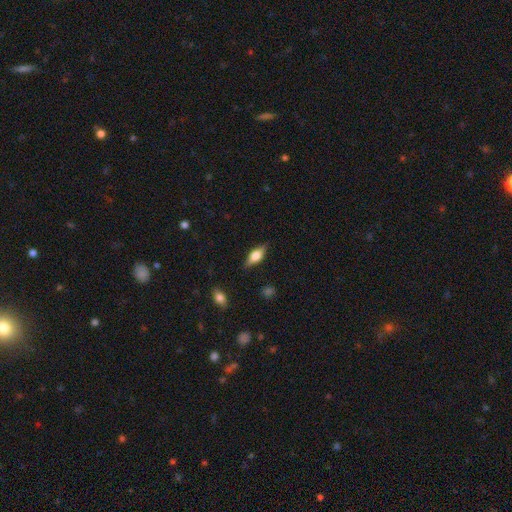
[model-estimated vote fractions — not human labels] Smooth or featured: smooth — 48% (featured or disk — 44%)
Merging: none — 83% (minor disturbance — 12%)